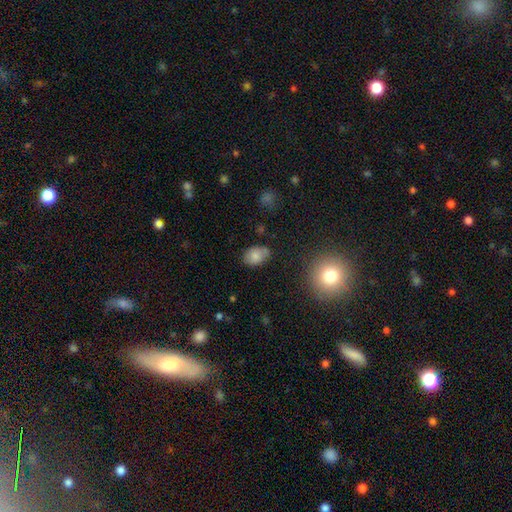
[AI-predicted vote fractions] Morphology: type=smooth (79%); roundness=in between (81%); merging=none (66%).